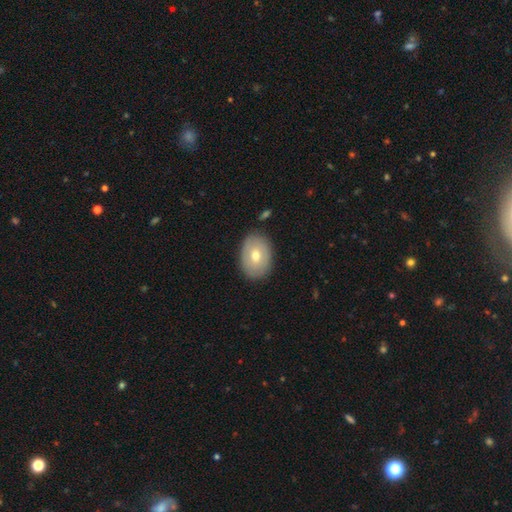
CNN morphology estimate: type=smooth (62%); roundness=in between (77%); merging=none (85%).